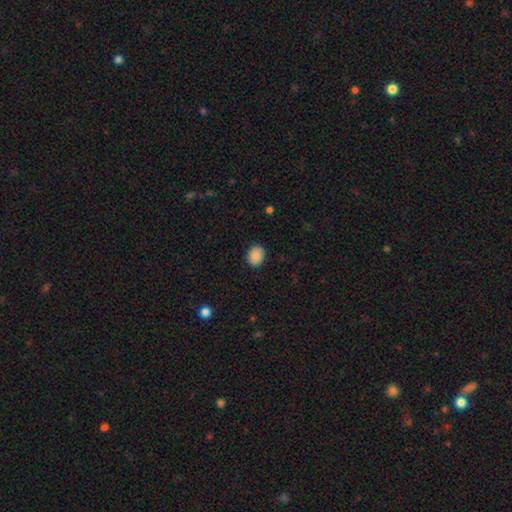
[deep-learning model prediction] Morphology: type=smooth (89%); roundness=round (57%); merging=none (88%).